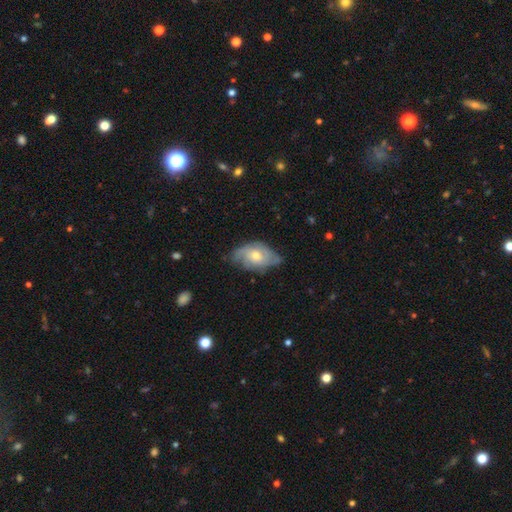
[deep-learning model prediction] This appears to be a featured or disk galaxy (64%) with no bar (75%), spiral arms (83%) and a moderate central bulge (63%). Merging: none (61%).